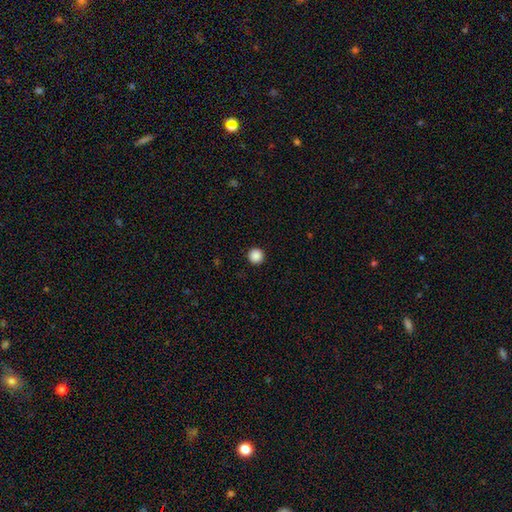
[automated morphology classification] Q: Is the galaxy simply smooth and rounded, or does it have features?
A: smooth — 88%.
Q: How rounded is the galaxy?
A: round — 96%.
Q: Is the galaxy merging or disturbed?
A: none — 94%.